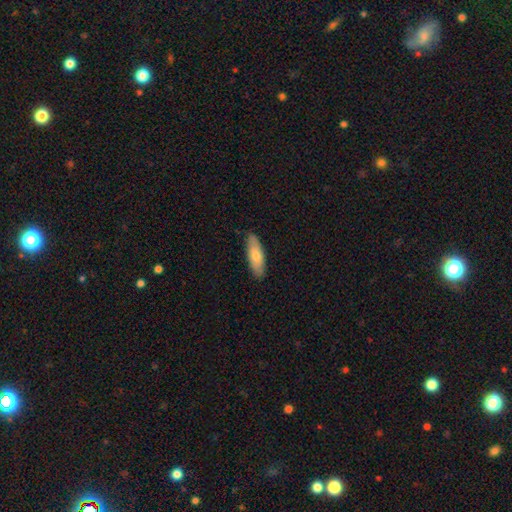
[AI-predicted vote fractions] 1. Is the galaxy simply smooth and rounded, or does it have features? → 71% smooth, 24% featured or disk, 6% star or artifact.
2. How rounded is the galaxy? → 58% in between, 40% cigar-shaped, 2% round.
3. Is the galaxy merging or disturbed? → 85% none, 12% minor disturbance, 2% major disturbance, 1% merger.